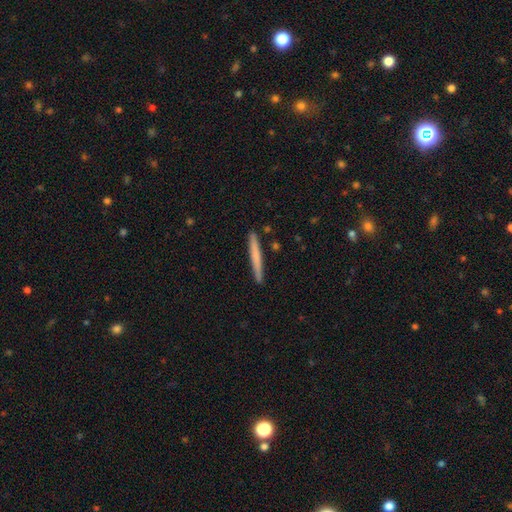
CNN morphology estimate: Smooth or featured: smooth — 66% (featured or disk — 28%)
How rounded: cigar-shaped — 97% (in between — 2%)
Merging: none — 91% (minor disturbance — 6%)